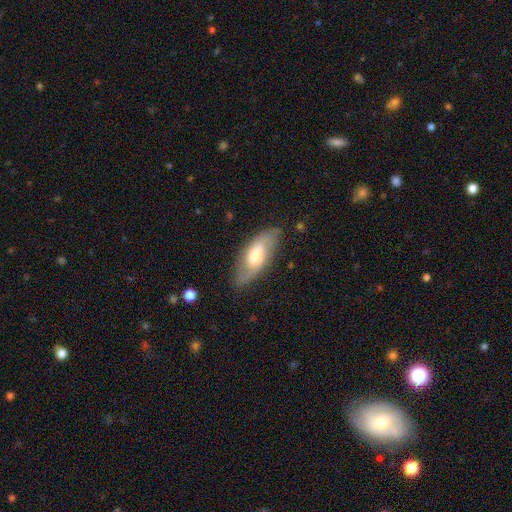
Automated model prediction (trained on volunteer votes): Smooth or featured? featured or disk (47%, tied with smooth)
Merging? none (78%)